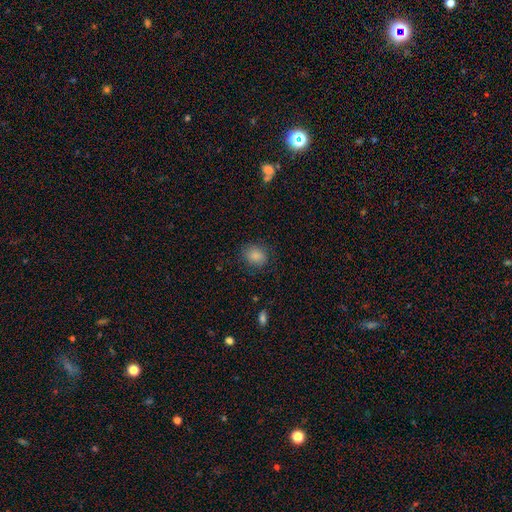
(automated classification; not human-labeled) Q: Smooth or featured?
A: smooth (86%); runner-up: star or artifact (9%)
Q: How rounded?
A: round (59%); runner-up: in between (40%)
Q: Merging?
A: none (81%); runner-up: minor disturbance (14%)